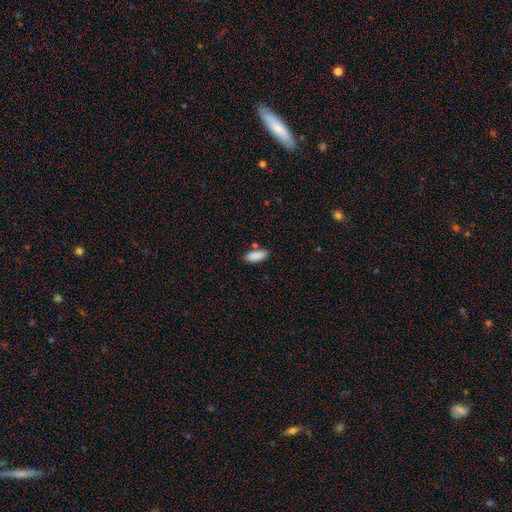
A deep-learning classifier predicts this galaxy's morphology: This is clearly a smooth galaxy (88%). How rounded: clearly in between (80%). Merging: likely none (73%).